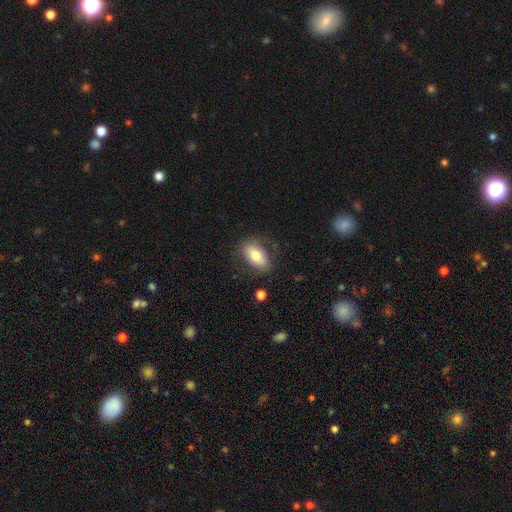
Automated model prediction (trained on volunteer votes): The model was most divided on "smooth or featured": smooth: 74%, featured or disk: 19%, star or artifact: 7%. More confident: how rounded — in between (89%); merging — none (77%).